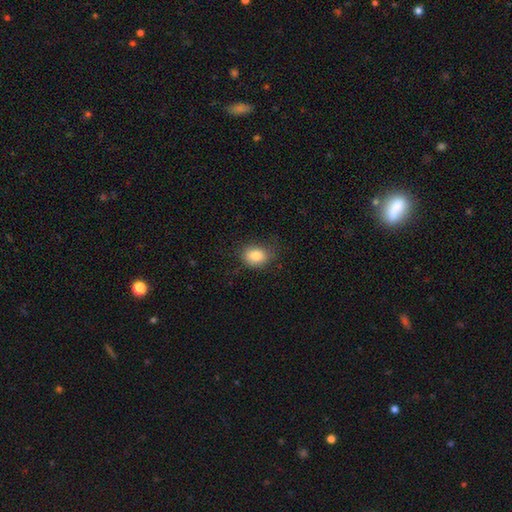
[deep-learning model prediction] smooth 82%, star or artifact 10%, featured or disk 8%. Down the decision tree: how rounded — in between (52%); merging — none (75%).